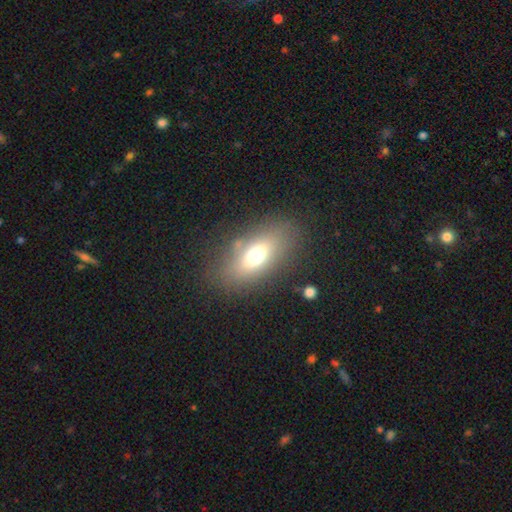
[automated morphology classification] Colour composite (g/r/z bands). It shows a smooth galaxy with no disk features (63%) that is in between round and cigar-shaped (78%). Merging: none (77%).